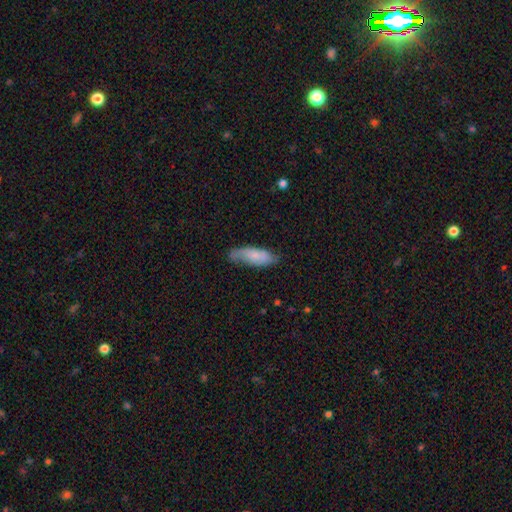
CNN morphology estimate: This appears to be a smooth galaxy with no disk features (64%) that is in between round and cigar-shaped (60%). Merging: none (63%).